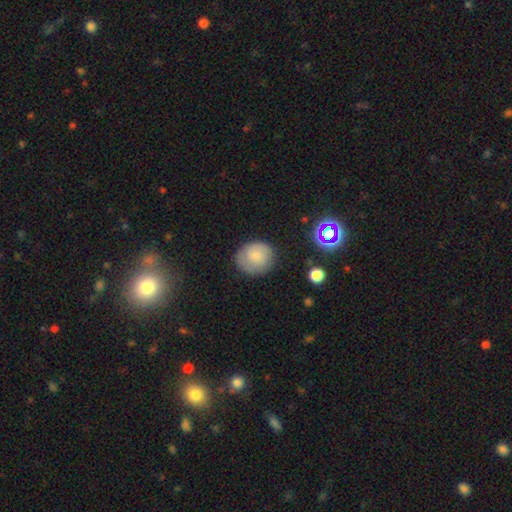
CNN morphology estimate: This appears to be a smooth galaxy with no disk features (73%) that is round (79%). Merging: none (79%).